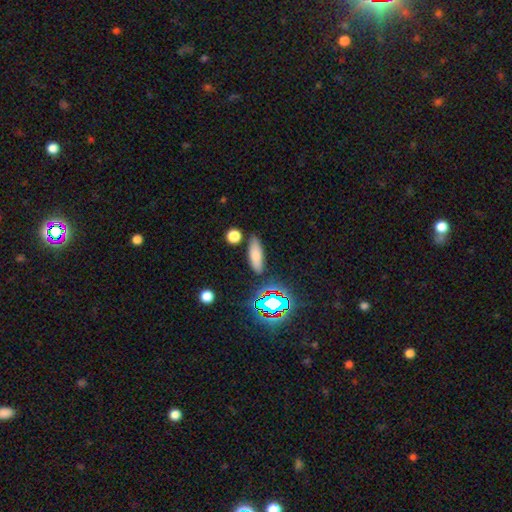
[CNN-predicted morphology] Smooth or featured? smooth (74%)
How rounded? in between (58%)
Merging? none (82%)